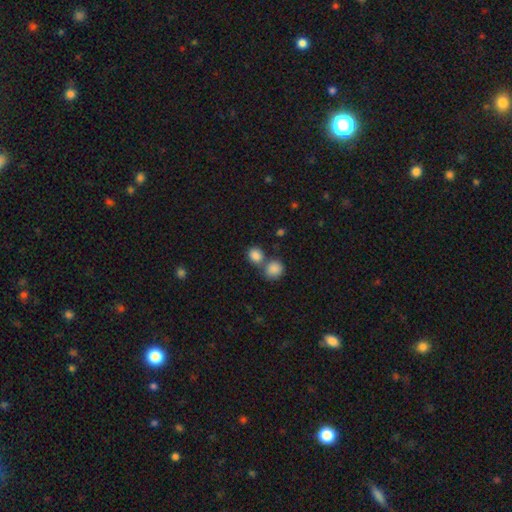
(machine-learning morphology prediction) Q: Smooth or featured?
A: smooth (85%); runner-up: star or artifact (9%)
Q: How rounded?
A: round (70%); runner-up: in between (29%)
Q: Merging?
A: merger (44%); tied with: none (44%)